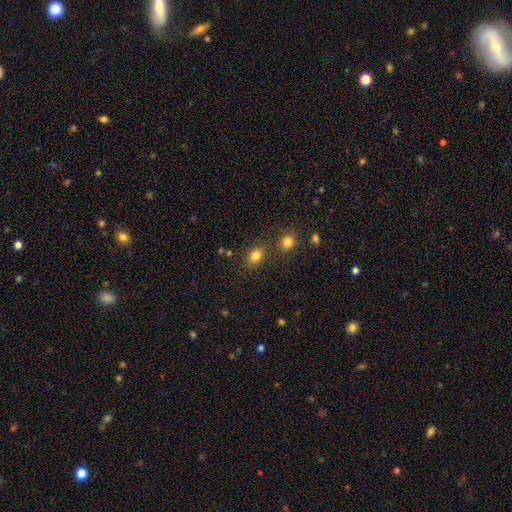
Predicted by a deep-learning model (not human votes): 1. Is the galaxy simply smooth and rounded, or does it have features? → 82% smooth, 11% star or artifact, 6% featured or disk.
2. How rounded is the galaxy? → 66% in between, 33% round, 1% cigar-shaped.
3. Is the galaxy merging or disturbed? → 75% none, 12% minor disturbance, 10% merger, 4% major disturbance.